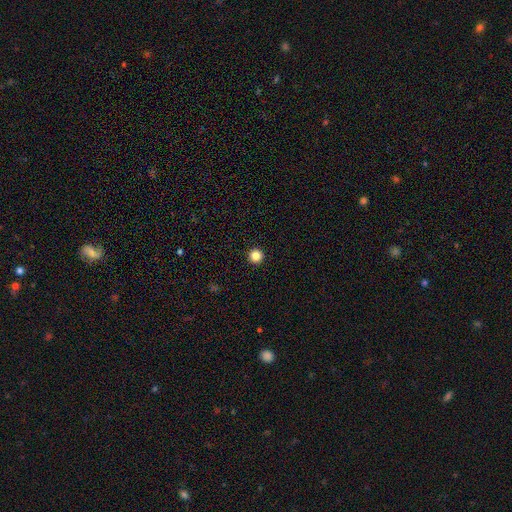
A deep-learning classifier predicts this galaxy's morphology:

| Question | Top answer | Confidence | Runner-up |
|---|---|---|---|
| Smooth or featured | smooth | 85% | star or artifact (11%) |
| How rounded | round | 97% | in between (2%) |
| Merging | none | 95% | minor disturbance (3%) |